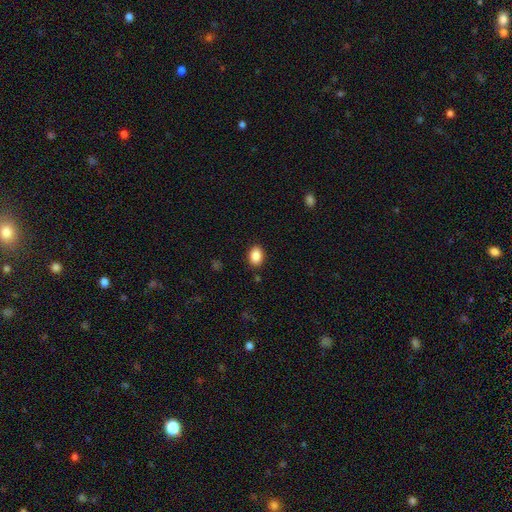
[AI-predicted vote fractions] Smooth or featured? Predicted: smooth (p=0.88). How rounded? Predicted: in between (p=0.77). Merging? Predicted: none (p=0.88).